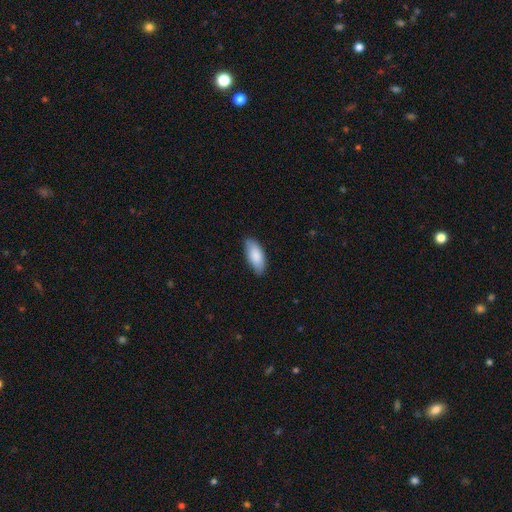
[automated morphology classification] smooth_or_featured: smooth (p=0.87) [alt: featured or disk p=0.08]
how_rounded: in between (p=0.87) [alt: cigar-shaped p=0.11]
merging: none (p=0.80) [alt: minor disturbance p=0.16]